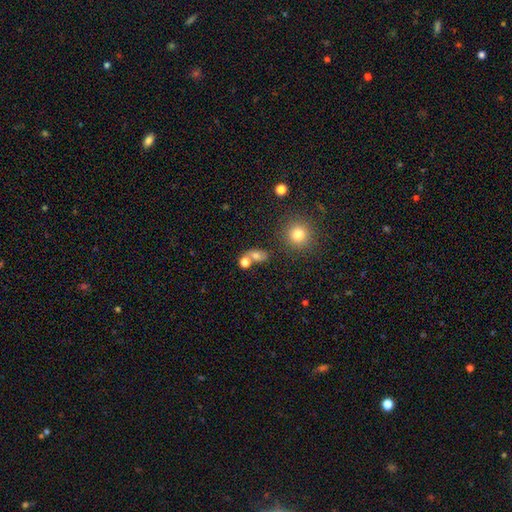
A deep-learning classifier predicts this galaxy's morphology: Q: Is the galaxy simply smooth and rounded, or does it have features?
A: smooth — 68%.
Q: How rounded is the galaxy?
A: in between — 61%.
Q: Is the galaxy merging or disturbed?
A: none — 48%.